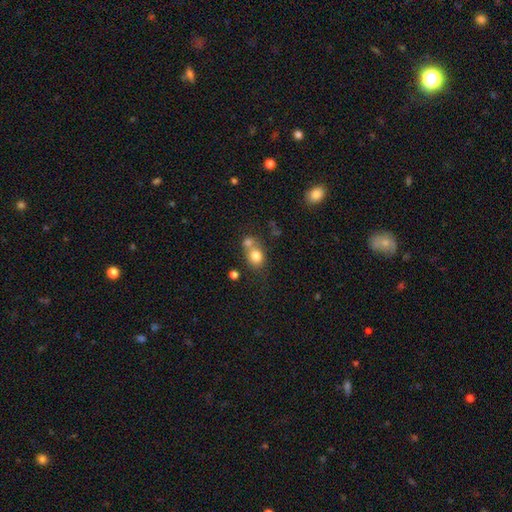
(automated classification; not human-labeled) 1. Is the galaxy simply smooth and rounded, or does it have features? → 79% smooth, 11% featured or disk, 10% star or artifact.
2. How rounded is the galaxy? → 65% round, 34% in between, 1% cigar-shaped.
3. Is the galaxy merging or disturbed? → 43% merger (tied), 43% none (tied), 10% minor disturbance, 4% major disturbance.